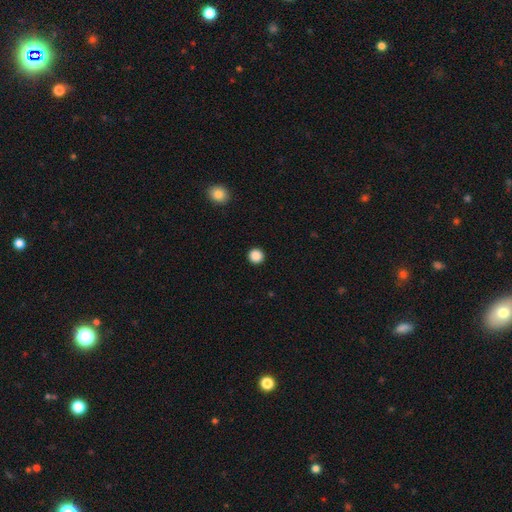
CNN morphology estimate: type=smooth (88%); roundness=round (95%); merging=none (93%).